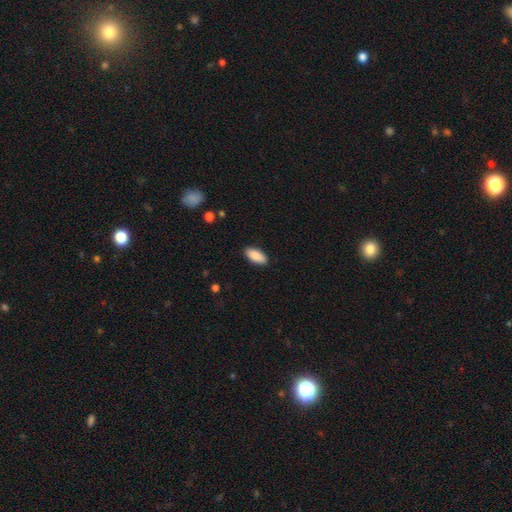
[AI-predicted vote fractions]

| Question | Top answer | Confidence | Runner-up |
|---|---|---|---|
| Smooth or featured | smooth | 89% | star or artifact (6%) |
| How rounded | in between | 88% | cigar-shaped (10%) |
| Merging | none | 88% | minor disturbance (9%) |